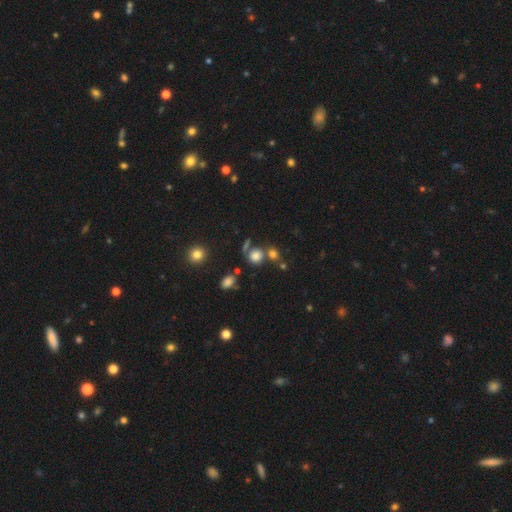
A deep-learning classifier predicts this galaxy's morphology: Smooth or featured? smooth (75%)
How rounded? round (81%)
Merging? none (58%)